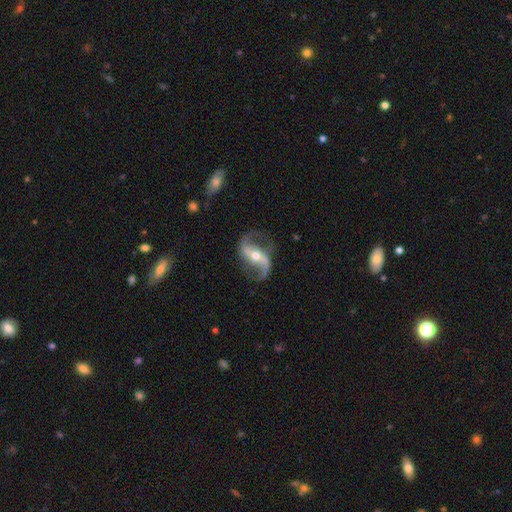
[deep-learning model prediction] smooth_or_featured: featured or disk (p=0.91) [alt: star or artifact p=0.05]
disk_edge_on: no (p=0.97) [alt: yes p=0.03]
bar: strong (p=0.40) [alt: weak p=0.33]
has_spiral_arms: yes (p=0.97) [alt: no p=0.03]
spiral_winding: loose (p=0.66) [alt: medium p=0.28]
spiral_arm_count: 2 (p=0.94) [alt: 1 p=0.02]
bulge_size: moderate (p=0.60) [alt: small p=0.35]
merging: none (p=0.80) [alt: minor disturbance p=0.12]